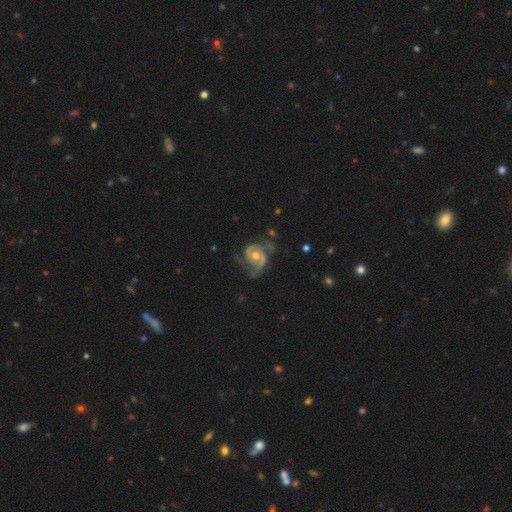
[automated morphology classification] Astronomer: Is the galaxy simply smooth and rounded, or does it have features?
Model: featured or disk — 86%.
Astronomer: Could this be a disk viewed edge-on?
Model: no — 98%.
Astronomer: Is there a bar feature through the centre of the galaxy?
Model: no — 68%.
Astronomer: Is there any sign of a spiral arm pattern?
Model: yes — 94%.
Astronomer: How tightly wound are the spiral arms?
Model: medium — 43% (runner-up: tight, 40%).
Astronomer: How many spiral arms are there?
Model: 2 — 74%.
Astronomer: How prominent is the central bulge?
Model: moderate — 68%.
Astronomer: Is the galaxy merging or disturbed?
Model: none — 50% (runner-up: minor disturbance, 25%).